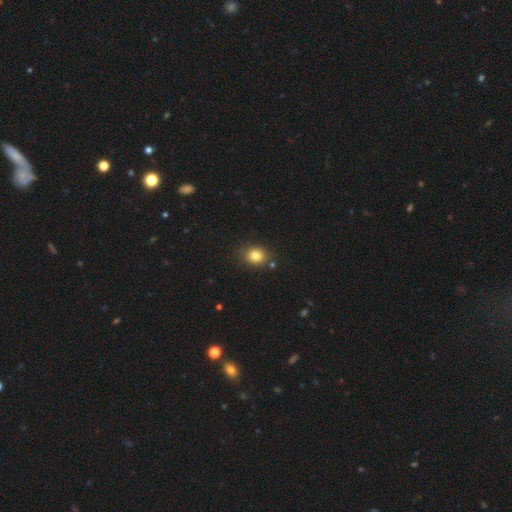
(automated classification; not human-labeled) Morphology: type=smooth (81%); roundness=round (61%); merging=none (82%).